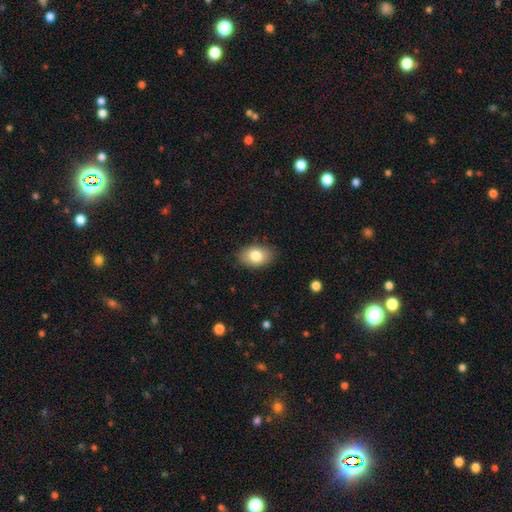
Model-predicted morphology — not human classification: This appears to be a smooth galaxy with no disk features (81%) that is in between round and cigar-shaped (85%). Merging: none (85%).